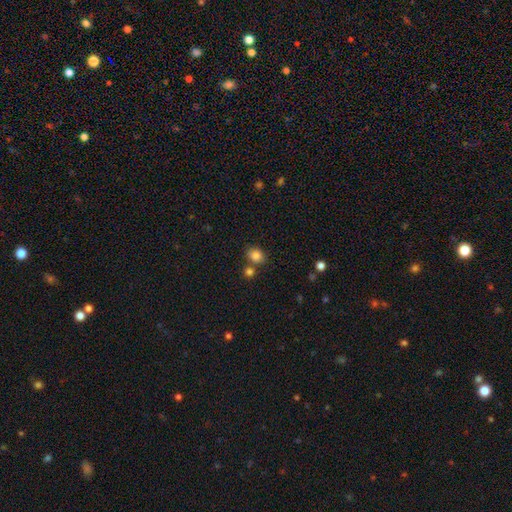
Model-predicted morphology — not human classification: A smooth galaxy with no disk features (84%) that is round (51%). Merging: none (68%).